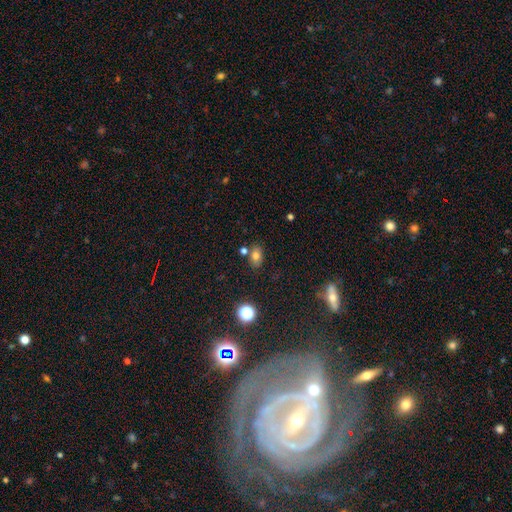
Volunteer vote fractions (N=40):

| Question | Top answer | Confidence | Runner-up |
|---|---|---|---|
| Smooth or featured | smooth | 85% | featured or disk (10%) |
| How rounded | in between | 85% | round (15%) |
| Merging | none | 82% | minor disturbance (13%) |